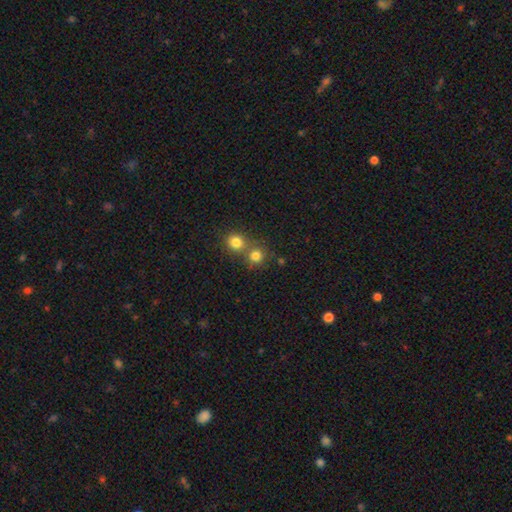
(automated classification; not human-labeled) smooth 79%, star or artifact 14%, featured or disk 7%. Down the decision tree: how rounded — round (89%); merging — none (55%).